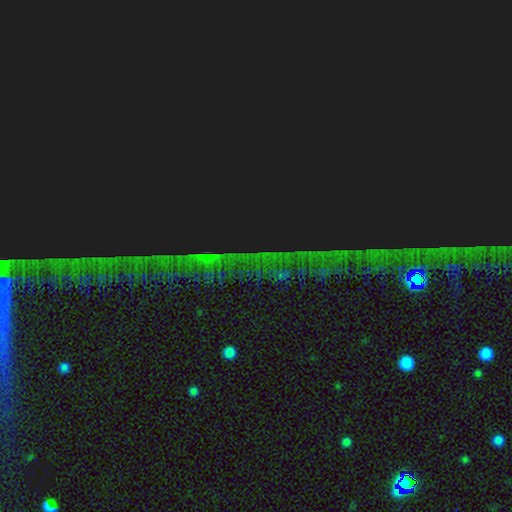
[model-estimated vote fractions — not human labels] Morphology: type=star or artifact (87%).